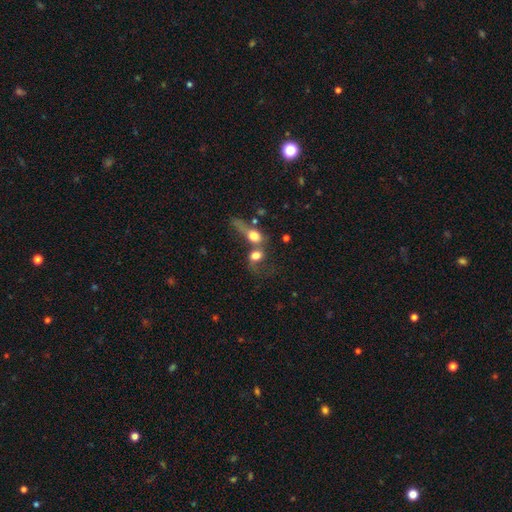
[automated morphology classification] Q: Smooth or featured?
A: smooth (67%); runner-up: featured or disk (22%)
Q: How rounded?
A: round (54%); runner-up: in between (42%)
Q: Merging?
A: merger (64%); runner-up: major disturbance (15%)